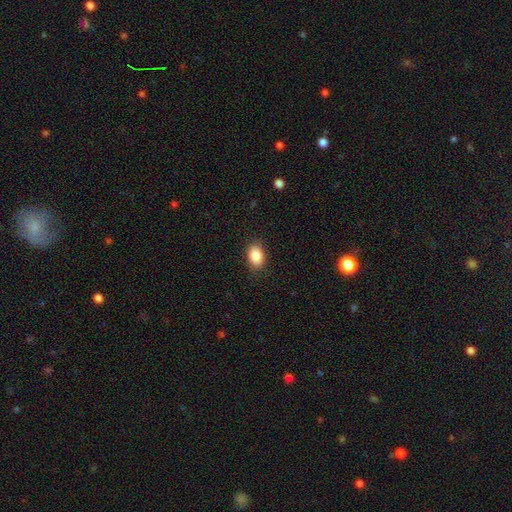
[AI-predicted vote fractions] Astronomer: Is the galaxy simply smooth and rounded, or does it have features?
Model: smooth — 88%.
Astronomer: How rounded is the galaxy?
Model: in between — 82%.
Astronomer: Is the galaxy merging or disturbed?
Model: none — 88%.